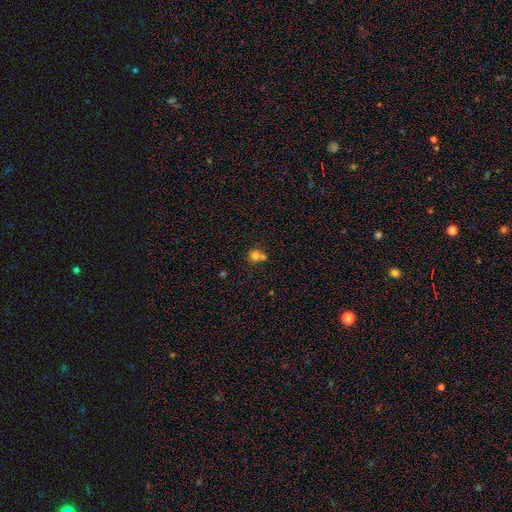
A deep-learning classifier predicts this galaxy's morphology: Smooth or featured? Predicted: smooth (p=0.77). How rounded? Predicted: round (p=0.85). Merging? Predicted: merger (p=0.45).